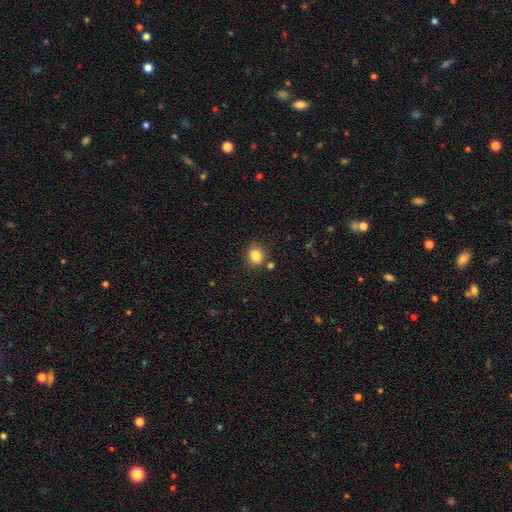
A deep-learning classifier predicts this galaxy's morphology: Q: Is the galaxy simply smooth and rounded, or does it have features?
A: smooth — 83%.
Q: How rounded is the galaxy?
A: round — 67%.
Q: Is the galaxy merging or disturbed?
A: none — 74%.